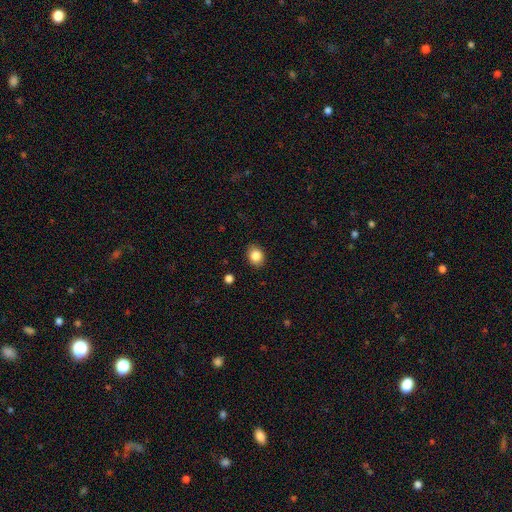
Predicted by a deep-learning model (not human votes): This is clearly a smooth galaxy (85%). How rounded: possibly round (55%). Merging: clearly none (88%).